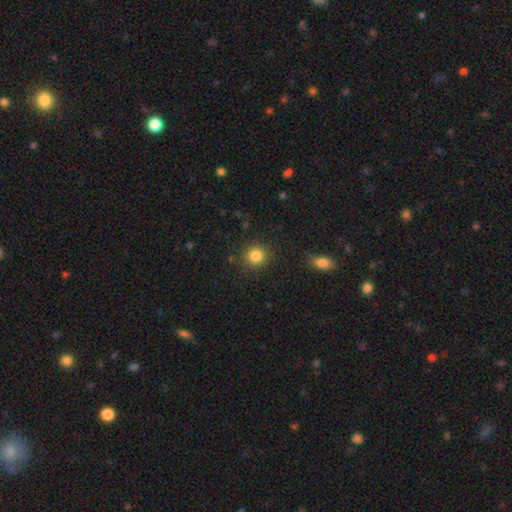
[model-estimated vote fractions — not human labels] This is clearly a smooth galaxy (85%). How rounded: clearly round (92%). Merging: clearly none (88%).